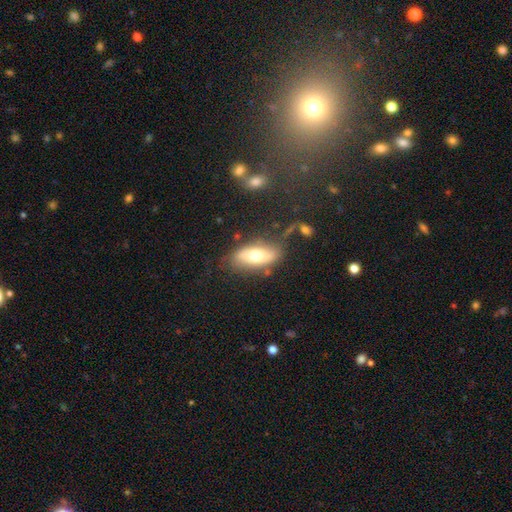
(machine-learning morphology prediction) A smooth galaxy with no disk features (61%) that is in between round and cigar-shaped (84%). Merging: none (70%).